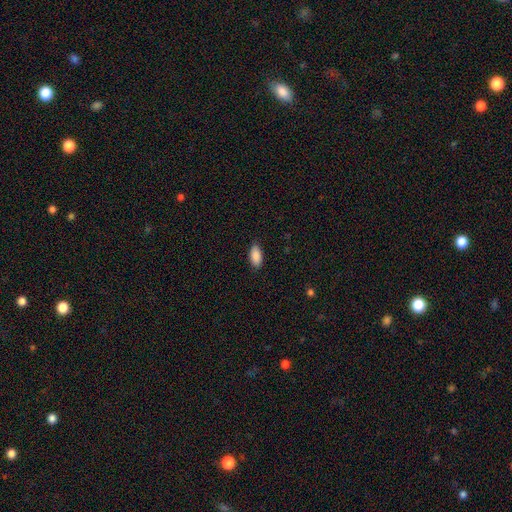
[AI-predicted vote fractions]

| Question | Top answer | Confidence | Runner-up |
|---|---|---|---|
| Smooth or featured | smooth | 89% | star or artifact (7%) |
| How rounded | in between | 92% | cigar-shaped (6%) |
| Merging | none | 86% | minor disturbance (10%) |